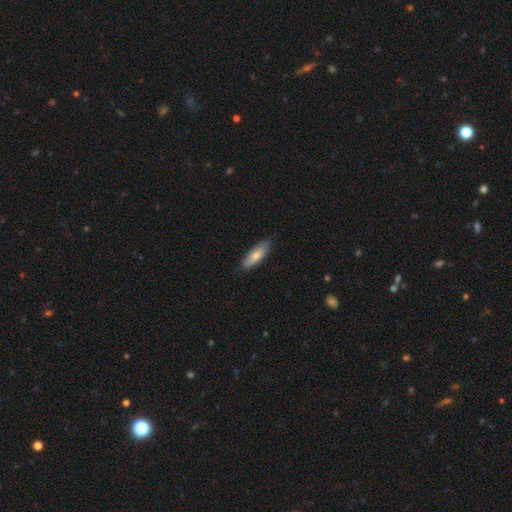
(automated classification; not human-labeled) Q: Smooth or featured?
A: smooth (75%); runner-up: featured or disk (19%)
Q: How rounded?
A: in between (51%); runner-up: cigar-shaped (47%)
Q: Merging?
A: none (84%); runner-up: minor disturbance (13%)